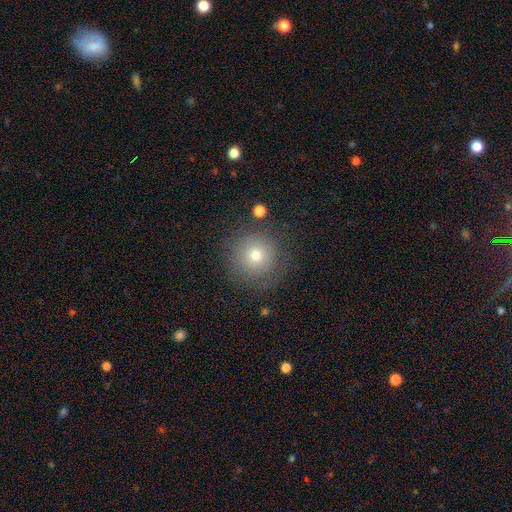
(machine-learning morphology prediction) Smooth or featured? smooth (70%)
How rounded? round (95%)
Merging? none (81%)